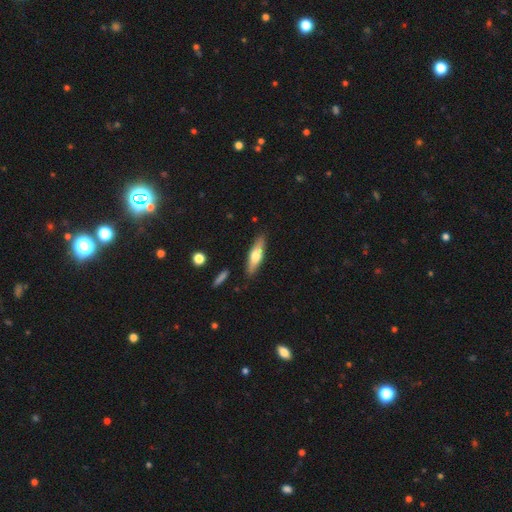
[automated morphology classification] Smooth or featured? Predicted: smooth (p=0.56). How rounded? Predicted: cigar-shaped (p=0.63). Merging? Predicted: none (p=0.86).